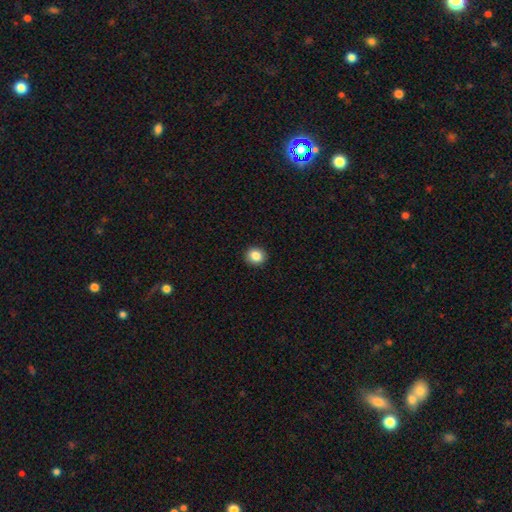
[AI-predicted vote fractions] Q: Smooth or featured?
A: smooth (86%); runner-up: star or artifact (9%)
Q: How rounded?
A: round (80%); runner-up: in between (20%)
Q: Merging?
A: none (92%); runner-up: minor disturbance (5%)